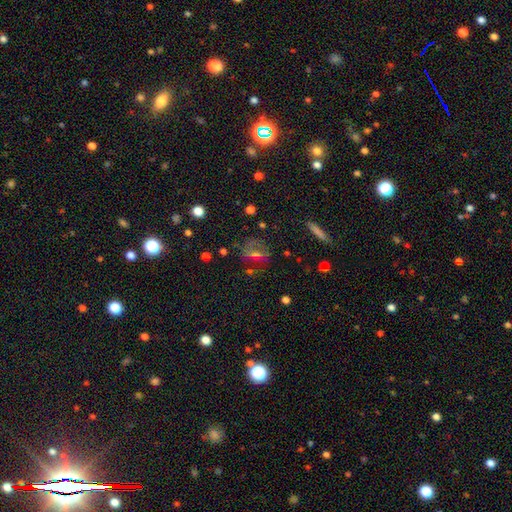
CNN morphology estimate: The model was most divided on "smooth or featured": featured or disk: 44%, smooth: 32%, star or artifact: 24%. More confident: merging — none (67%).